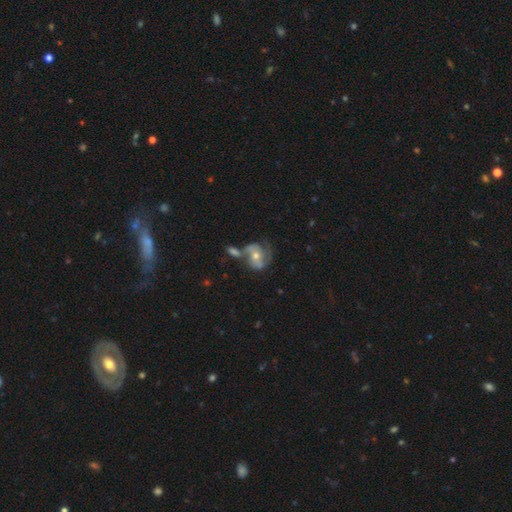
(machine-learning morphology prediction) A featured or disk galaxy (70%) with no bar (62%), 2 (60%) medium (45%) spiral arms (85%) and a moderate central bulge (62%). Merging: none (39%).